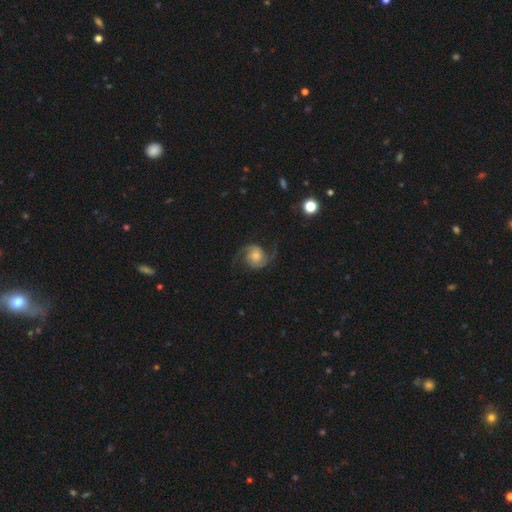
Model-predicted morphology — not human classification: smooth-or-featured: featured or disk: 85% | smooth: 9% | star or artifact: 6%
  disk-edge-on: no: 98% | yes: 2%
    bar: no: 69% | weak: 25% | strong: 5%
    has-spiral-arms: yes: 98% | no: 2%
      spiral-winding: medium: 49% | loose: 36% | tight: 15%
      spiral-arm-count: 2: 94% | can't tell: 2% | 1: 1% | 3: 1% | 4: 1% | more than 4: 1%
    bulge-size: moderate: 43% | small: 34% | large: 11% | none: 8% | dominant: 3%
  merging: none: 77% | minor disturbance: 14% | major disturbance: 8% | merger: 1%